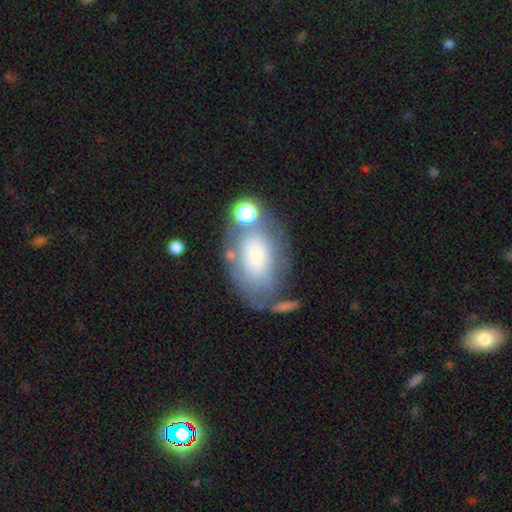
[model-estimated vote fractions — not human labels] A smooth galaxy with no disk features (56%) that is in between round and cigar-shaped (87%). Merging: none (48%).